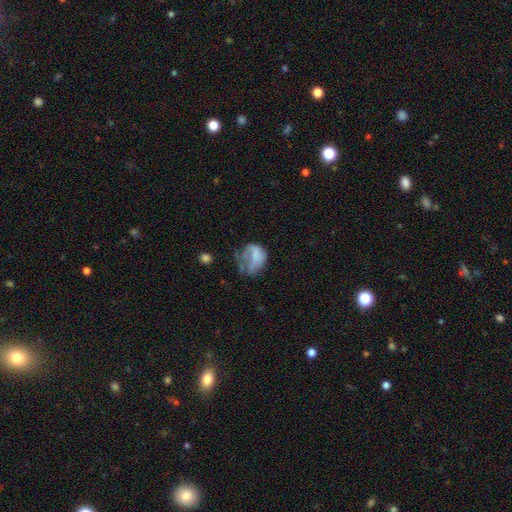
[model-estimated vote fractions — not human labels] A smooth galaxy with no disk features (58%) that is round (51%). Merging: major disturbance (43%).